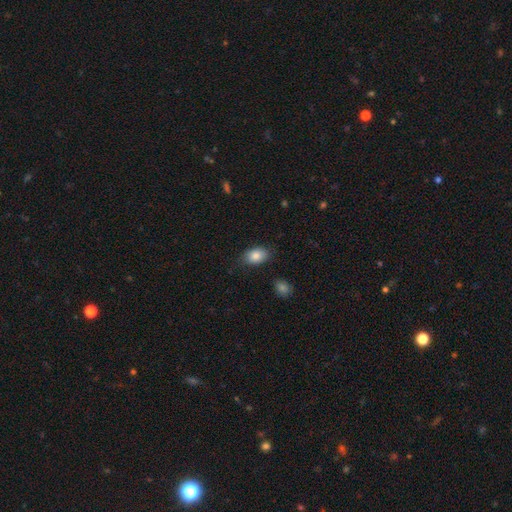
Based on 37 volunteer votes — Smooth or featured? 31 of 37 (84%) said smooth. How rounded? 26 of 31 (84%) said in between. Merging? 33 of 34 (97%) said none.